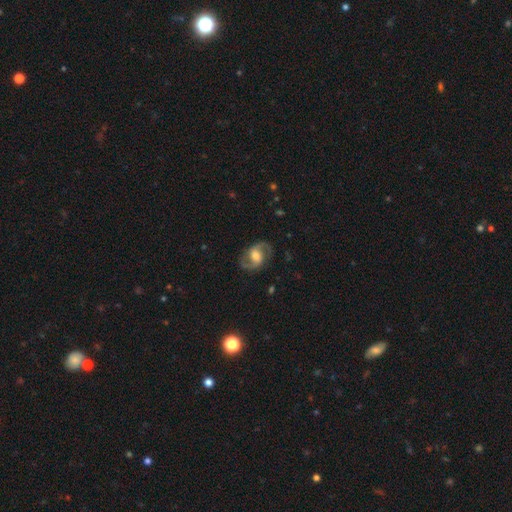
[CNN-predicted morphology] The model was most divided on "bar": weak: 47%, no: 32%, strong: 21%. More confident: edge-on disk — no (97%); spiral arms — yes (94%); spiral arm count — 2 (93%); smooth or featured — featured or disk (82%); merging — none (81%); bulge size — moderate (60%); spiral winding — medium (52%).